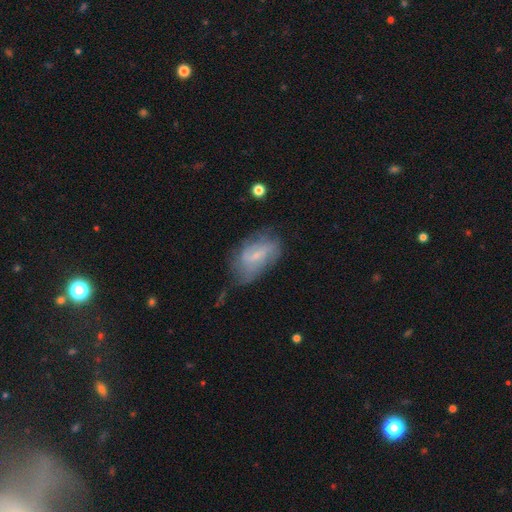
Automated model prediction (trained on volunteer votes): A featured or disk galaxy (61%) with a weak bar (51%), spiral arms (74%) and a small central bulge (69%).

Vote fractions:
- Smooth or featured? featured or disk: 61% / smooth: 30% / star or artifact: 8%
- Edge-on disk? no: 94% / yes: 6%
- Bar? weak: 51% / no: 28% / strong: 20%
- Spiral arms? yes: 74% / no: 26%
- Bulge size? small: 69% / moderate: 18% / none: 11% / large: 1% / dominant: 1%
- Merging? none: 49% / minor disturbance: 31% / major disturbance: 16% / merger: 3%